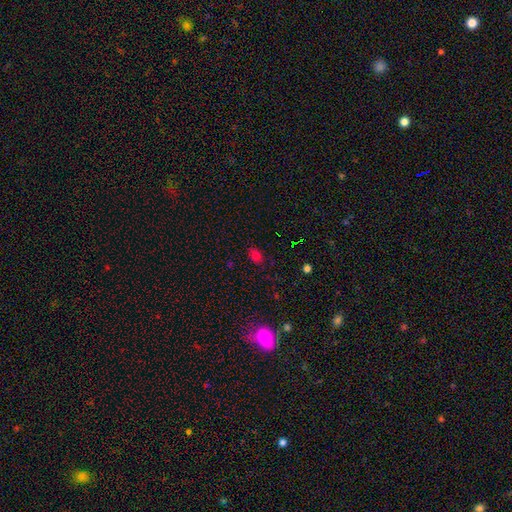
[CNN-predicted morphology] This appears to be a smooth galaxy with no disk features (71%) that is in between round and cigar-shaped (65%). Merging: none (79%).